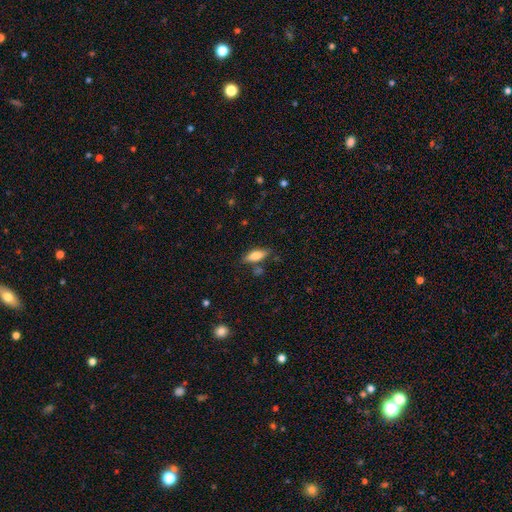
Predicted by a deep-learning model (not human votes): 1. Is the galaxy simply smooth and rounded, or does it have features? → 75% smooth, 17% featured or disk, 7% star or artifact.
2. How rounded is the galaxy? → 69% in between, 28% cigar-shaped, 3% round.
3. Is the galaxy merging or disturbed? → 74% none, 16% minor disturbance, 6% merger, 4% major disturbance.